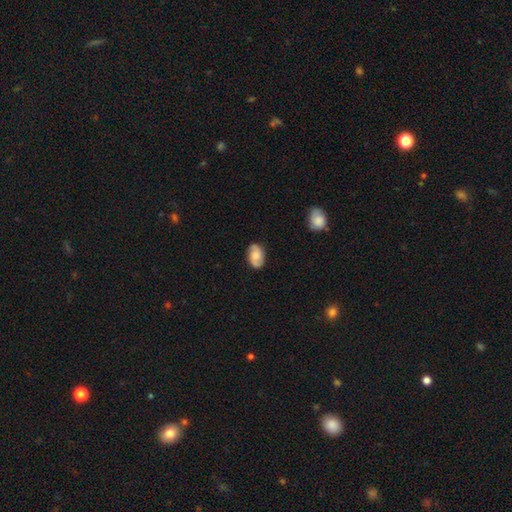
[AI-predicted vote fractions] Overall: featured or disk (51%; smooth 41%). Edge-on disk: no (96%). Merging: none (82%).